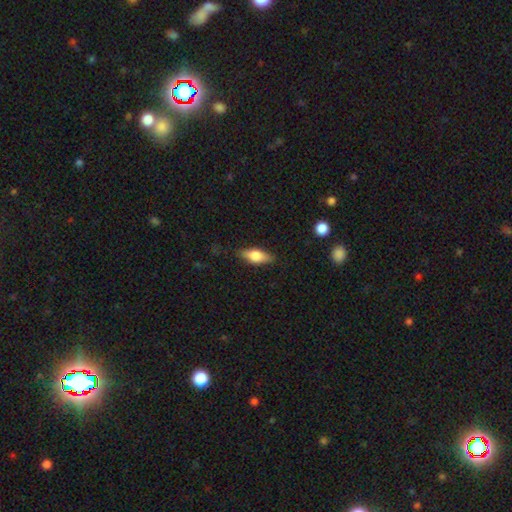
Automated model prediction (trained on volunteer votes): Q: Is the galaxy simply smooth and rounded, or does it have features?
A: smooth — 67%.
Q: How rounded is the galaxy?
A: in between — 75%.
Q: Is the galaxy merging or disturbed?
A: none — 84%.